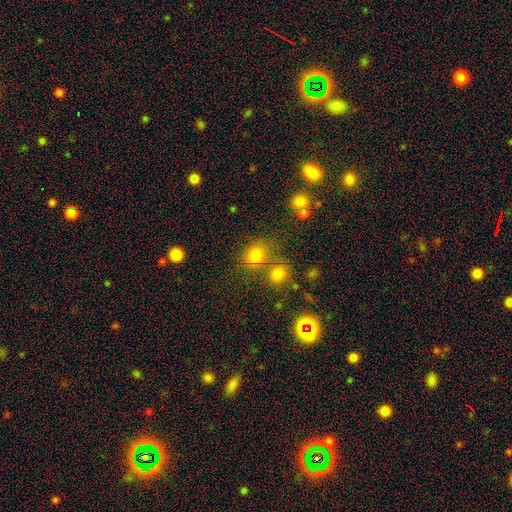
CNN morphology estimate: This appears to be a smooth galaxy with no disk features (75%) that is round (66%). Merging: none (56%).